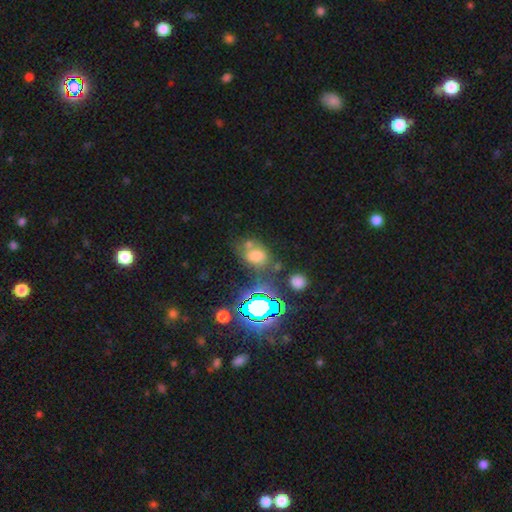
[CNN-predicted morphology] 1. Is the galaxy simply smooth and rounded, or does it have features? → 57% smooth, 27% star or artifact, 16% featured or disk.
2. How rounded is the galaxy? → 58% in between, 41% round, 2% cigar-shaped.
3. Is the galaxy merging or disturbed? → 48% none, 23% merger, 19% minor disturbance, 11% major disturbance.